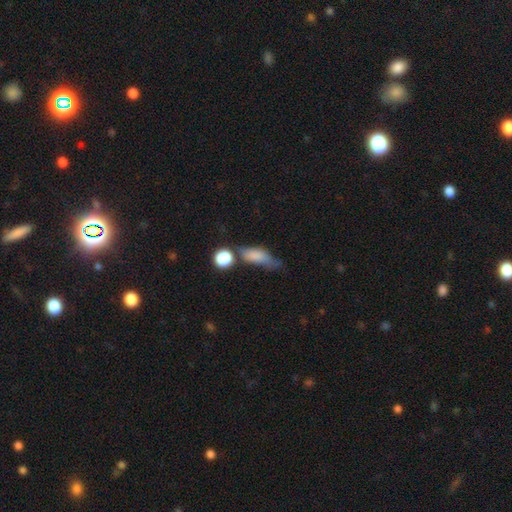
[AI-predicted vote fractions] A smooth galaxy with no disk features (74%) that is in between round and cigar-shaped (65%).

Vote fractions:
- Smooth or featured? smooth: 74% / featured or disk: 16% / star or artifact: 10%
- How rounded? in between: 65% / cigar-shaped: 25% / round: 11%
- Merging? none: 32% / minor disturbance: 29% / major disturbance: 20% / merger: 20%